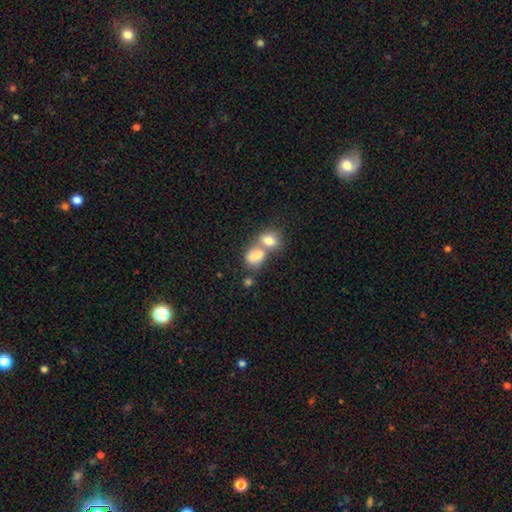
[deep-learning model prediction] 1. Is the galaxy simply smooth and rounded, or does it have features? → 80% smooth, 12% featured or disk, 9% star or artifact.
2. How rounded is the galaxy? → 73% in between, 25% round, 2% cigar-shaped.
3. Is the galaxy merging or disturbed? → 63% merger, 25% none, 8% minor disturbance, 4% major disturbance.